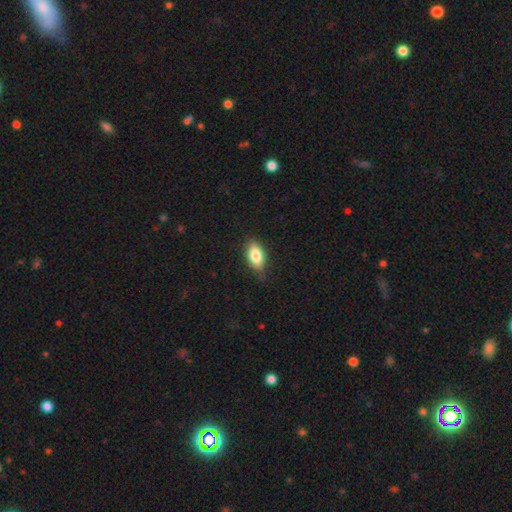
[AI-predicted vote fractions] This appears to be a smooth galaxy with no disk features (81%) that is in between round and cigar-shaped (89%). Merging: none (76%).